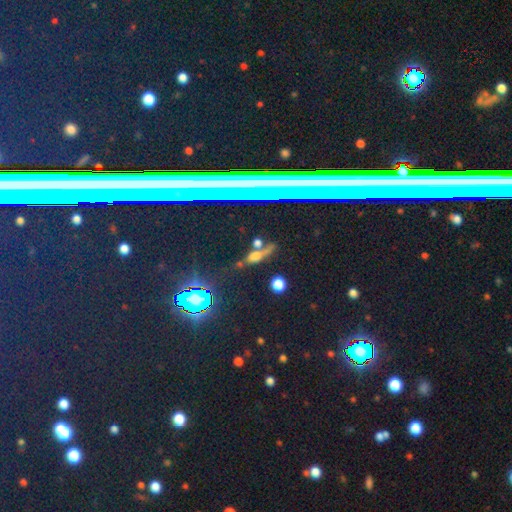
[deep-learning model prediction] Overall: smooth (47%; star or artifact 31%). Merging: none (50%; merger 19%).